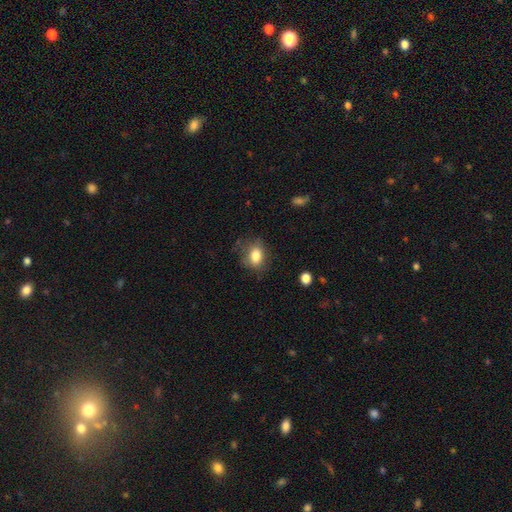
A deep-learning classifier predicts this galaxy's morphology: smooth_or_featured: smooth (p=0.80) [alt: featured or disk p=0.11]
how_rounded: in between (p=0.69) [alt: round p=0.30]
merging: none (p=0.68) [alt: minor disturbance p=0.21]